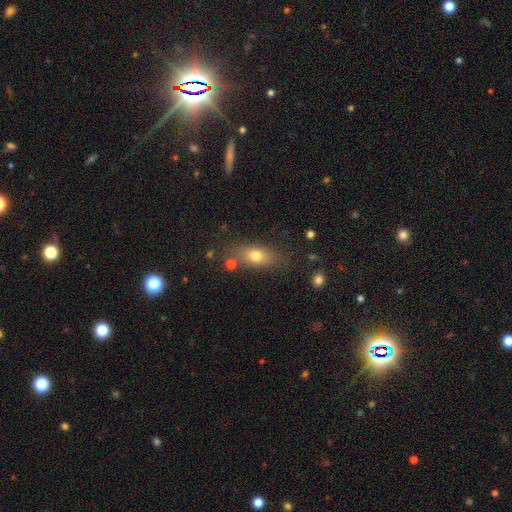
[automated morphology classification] A smooth galaxy with no disk features (74%) that is in between round and cigar-shaped (73%).

Vote fractions:
- Smooth or featured? smooth: 74% / featured or disk: 16% / star or artifact: 11%
- How rounded? in between: 73% / cigar-shaped: 14% / round: 13%
- Merging? none: 75% / minor disturbance: 14% / major disturbance: 5% / merger: 5%